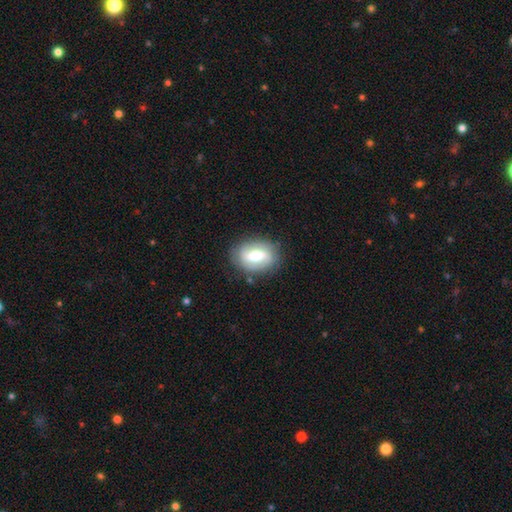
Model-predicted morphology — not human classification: This is possibly a featured or disk galaxy (49%). Merging: likely none (79%).